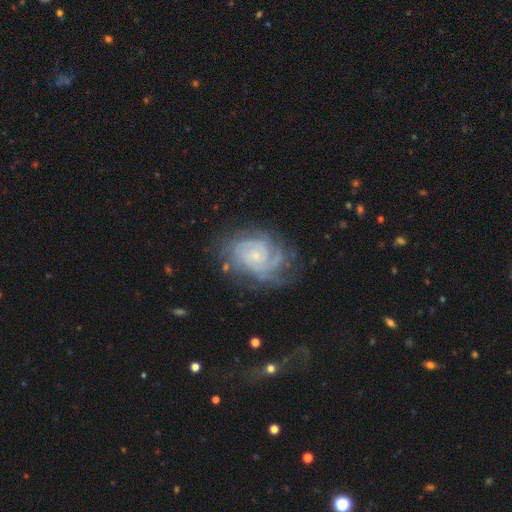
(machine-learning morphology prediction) Smooth or featured? Predicted: featured or disk (p=0.84). Edge-on disk? Predicted: no (p=0.97). Bar? Predicted: no (p=0.75). Spiral arms? Predicted: yes (p=0.96). Spiral winding? Predicted: tight (p=0.70). Spiral arm count? Predicted: can't tell (p=0.30). Bulge size? Predicted: small (p=0.79). Merging? Predicted: none (p=0.66).